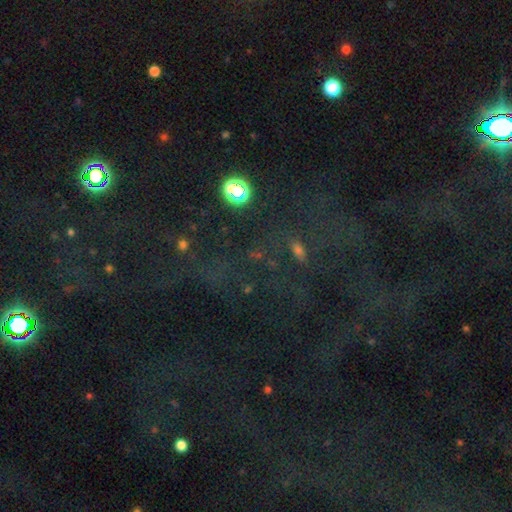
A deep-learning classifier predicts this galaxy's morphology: The model was most divided on "smooth or featured": star or artifact: 70%, smooth: 17%, featured or disk: 13%.